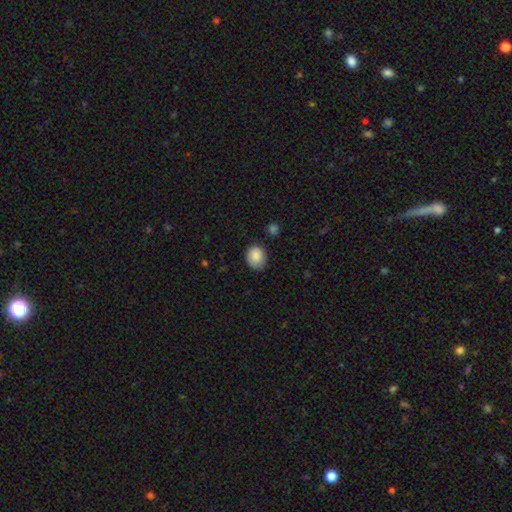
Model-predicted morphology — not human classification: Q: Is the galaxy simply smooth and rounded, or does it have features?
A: smooth — 87%.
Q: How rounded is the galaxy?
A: round — 67%.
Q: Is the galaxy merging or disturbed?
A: none — 70%.